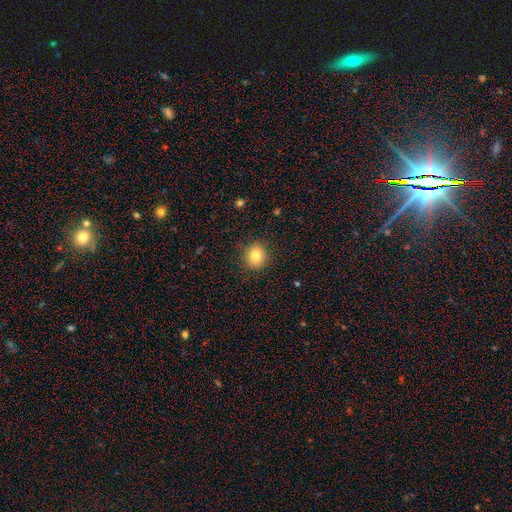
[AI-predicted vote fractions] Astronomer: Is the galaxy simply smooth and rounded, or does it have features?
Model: smooth — 82%.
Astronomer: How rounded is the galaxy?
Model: round — 80%.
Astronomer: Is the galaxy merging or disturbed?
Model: none — 89%.